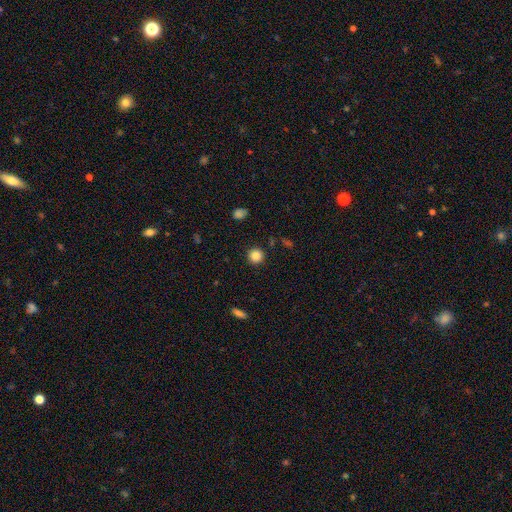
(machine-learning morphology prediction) Smooth or featured? smooth (86%)
How rounded? round (94%)
Merging? none (91%)